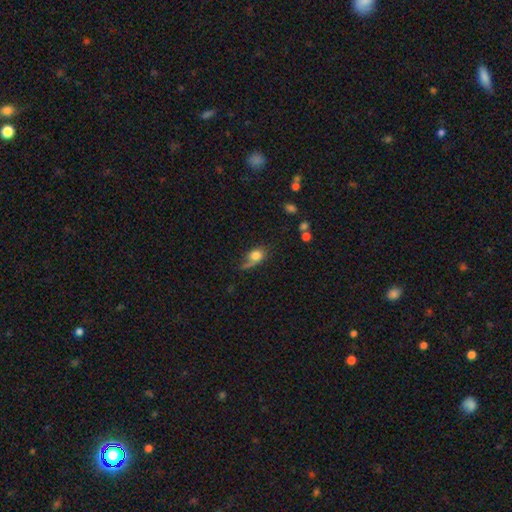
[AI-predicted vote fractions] Smooth or featured: smooth — 74% (featured or disk — 16%)
How rounded: in between — 58% (round — 39%)
Merging: none — 39% (minor disturbance — 29%)